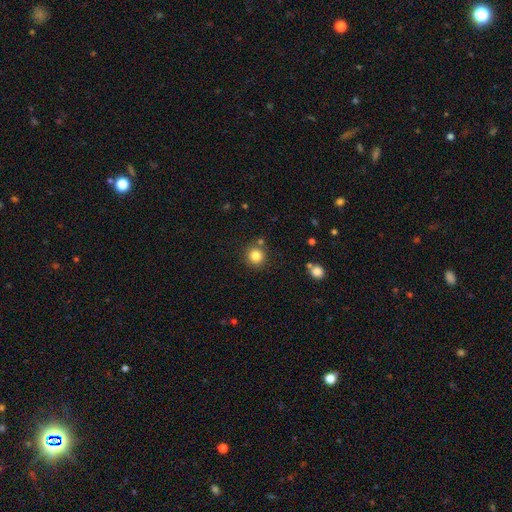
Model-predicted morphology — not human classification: type=smooth (83%); roundness=round (93%); merging=none (83%).